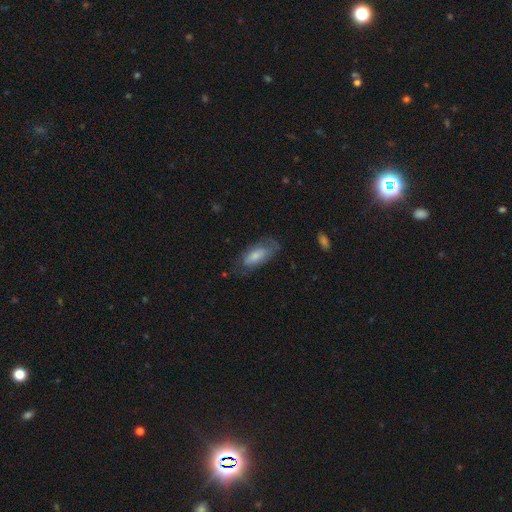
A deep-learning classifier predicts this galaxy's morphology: A smooth galaxy with no disk features (66%) that is in between round and cigar-shaped (81%).

Vote fractions:
- Smooth or featured? smooth: 66% / featured or disk: 28% / star or artifact: 6%
- How rounded? in between: 81% / cigar-shaped: 16% / round: 2%
- Merging? none: 58% / minor disturbance: 27% / major disturbance: 13% / merger: 2%